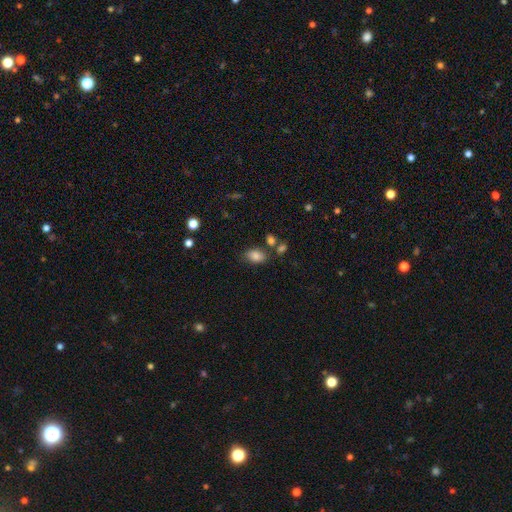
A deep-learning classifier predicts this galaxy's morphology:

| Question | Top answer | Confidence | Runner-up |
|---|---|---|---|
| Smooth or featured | smooth | 84% | star or artifact (10%) |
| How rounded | in between | 87% | round (12%) |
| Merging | none | 70% | minor disturbance (16%) |